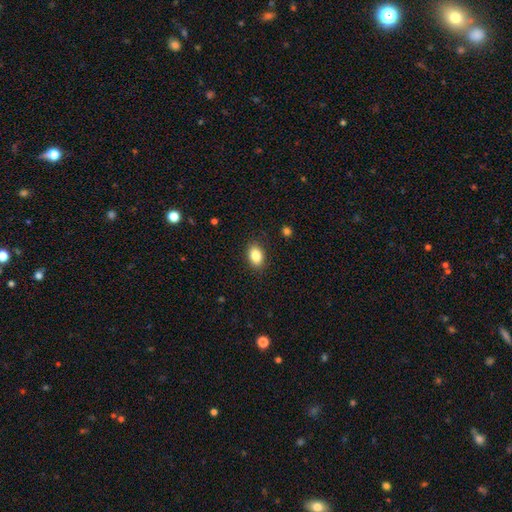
This appears to be a smooth galaxy with no disk features (82%) that is in between round and cigar-shaped (90%). Merging: none (71%).